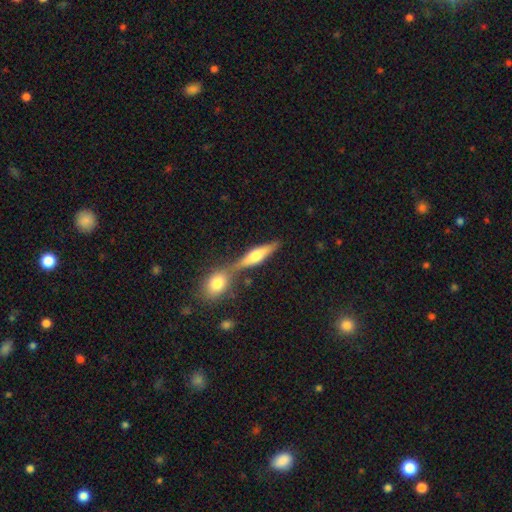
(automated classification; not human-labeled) Q: Smooth or featured?
A: featured or disk (49%); runner-up: smooth (44%)
Q: Merging?
A: none (55%); runner-up: merger (30%)